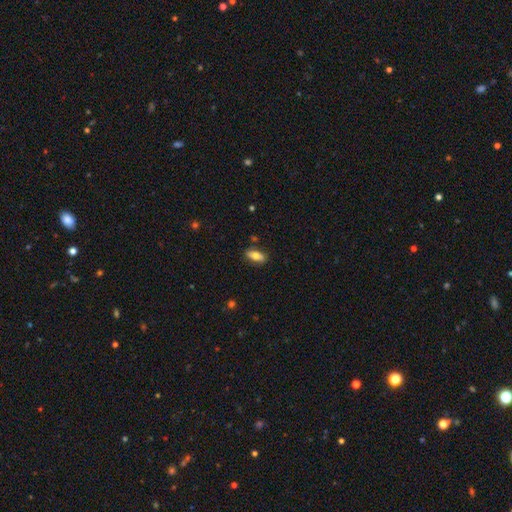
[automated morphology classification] This appears to be a smooth galaxy with no disk features (73%) that is in between round and cigar-shaped (84%). Merging: none (83%).